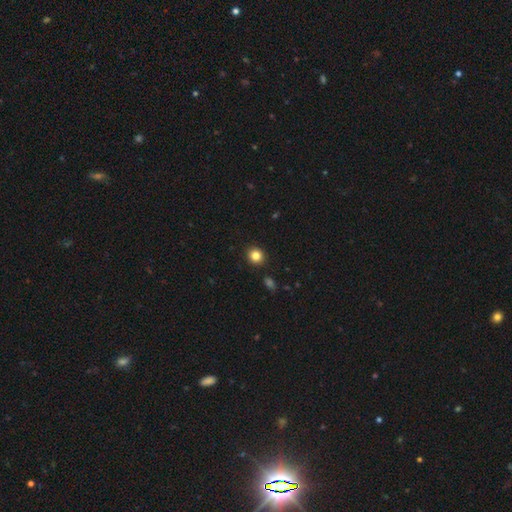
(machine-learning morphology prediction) smooth 84%, star or artifact 11%, featured or disk 5%. Down the decision tree: how rounded — round (85%); merging — none (91%).